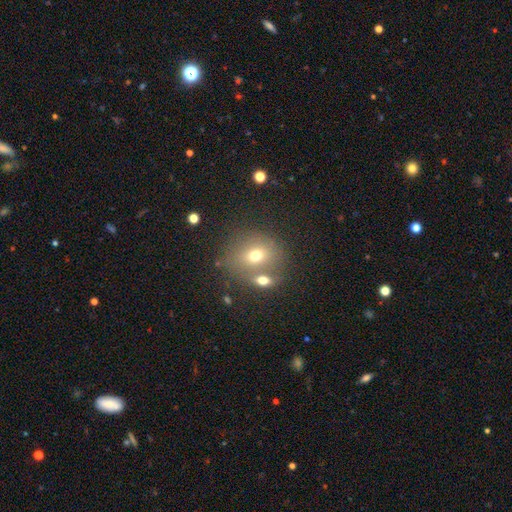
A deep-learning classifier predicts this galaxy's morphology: Overall: smooth (67%). How rounded: round (67%; in between 32%). Merging: none (52%; merger 31%).